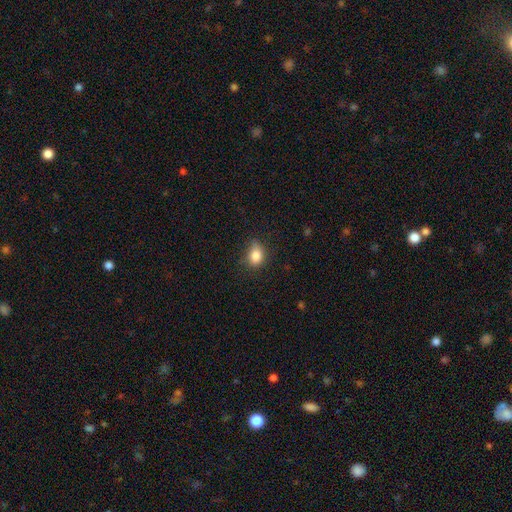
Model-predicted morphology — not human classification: Overall: smooth (84%). How rounded: in between (62%; round 36%). Merging: none (66%; minor disturbance 26%).